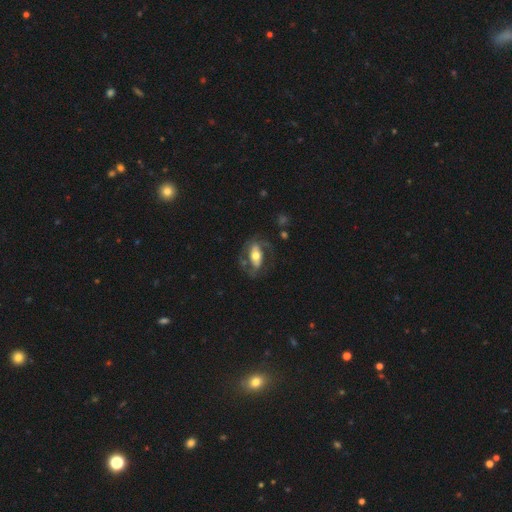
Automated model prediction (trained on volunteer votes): The model was most divided on "bar": strong: 43%, no: 32%, weak: 25%. More confident: edge-on disk — no (89%); spiral arms — yes (69%); smooth or featured — featured or disk (65%); bulge size — moderate (62%); merging — none (61%).